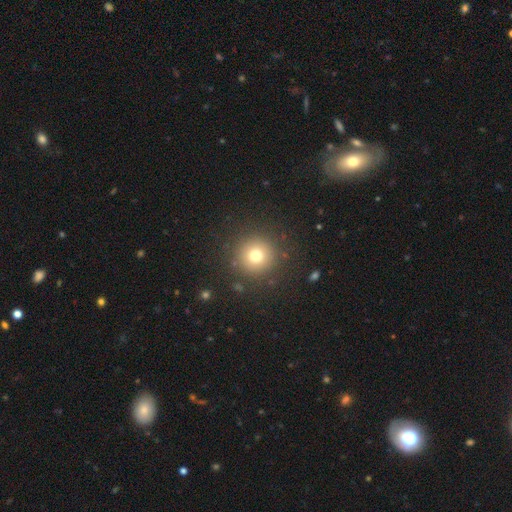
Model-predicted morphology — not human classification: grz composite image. It shows a smooth galaxy with no disk features (74%) that is round (96%). Merging: none (89%).